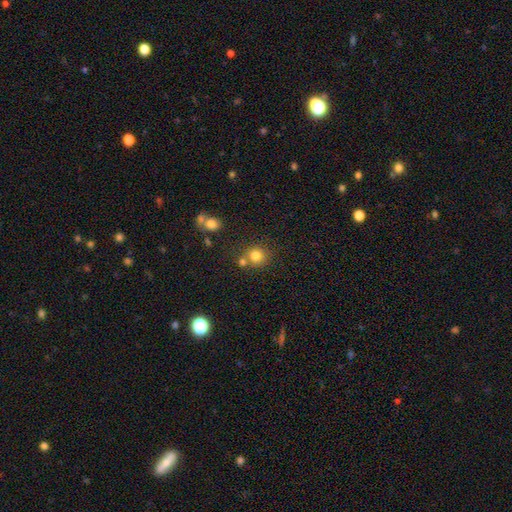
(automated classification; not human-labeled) Smooth or featured? smooth (80%)
How rounded? round (89%)
Merging? none (65%)